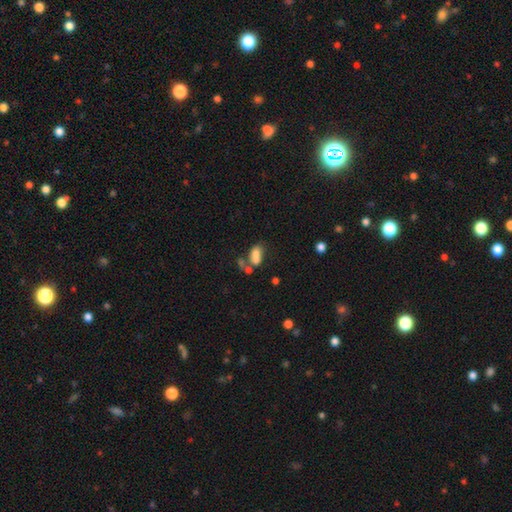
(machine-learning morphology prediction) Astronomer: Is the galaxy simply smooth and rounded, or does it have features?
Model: smooth — 68%.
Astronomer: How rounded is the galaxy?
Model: in between — 83%.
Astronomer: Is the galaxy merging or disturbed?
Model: merger — 52%.